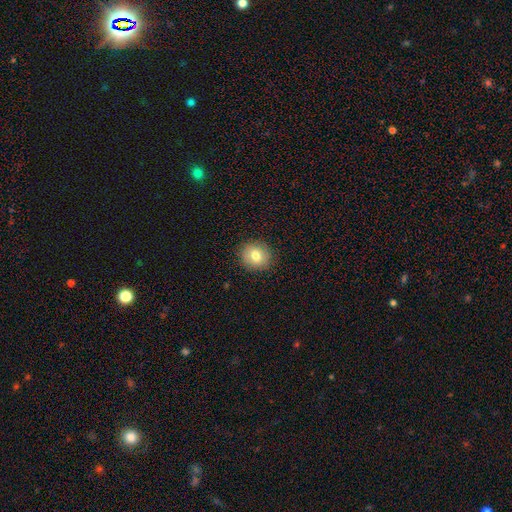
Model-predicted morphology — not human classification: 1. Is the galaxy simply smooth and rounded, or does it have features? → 77% smooth, 14% featured or disk, 10% star or artifact.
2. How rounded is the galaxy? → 83% round, 16% in between, 1% cigar-shaped.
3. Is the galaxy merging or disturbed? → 89% none, 8% minor disturbance, 2% major disturbance, 1% merger.